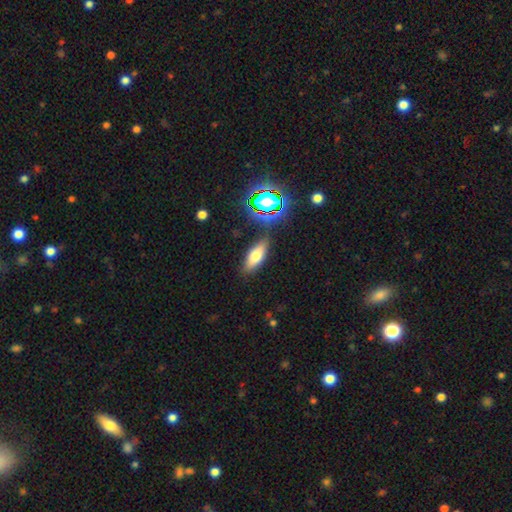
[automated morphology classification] Q: Smooth or featured?
A: smooth (65%); runner-up: featured or disk (22%)
Q: How rounded?
A: in between (68%); runner-up: cigar-shaped (28%)
Q: Merging?
A: none (82%); runner-up: minor disturbance (11%)